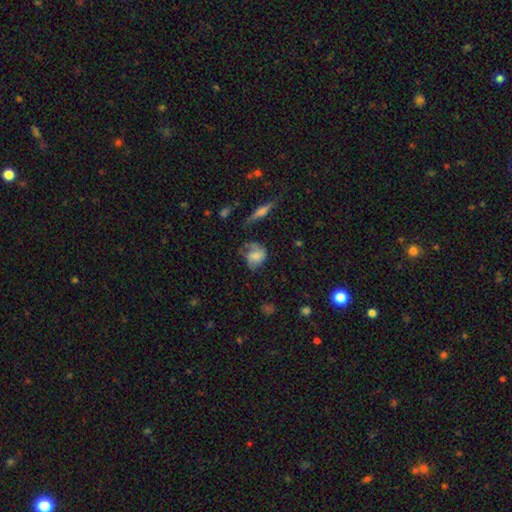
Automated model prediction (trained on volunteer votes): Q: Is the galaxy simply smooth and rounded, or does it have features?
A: smooth — 60%.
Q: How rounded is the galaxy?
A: in between — 50%.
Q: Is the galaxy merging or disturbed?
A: none — 39%.